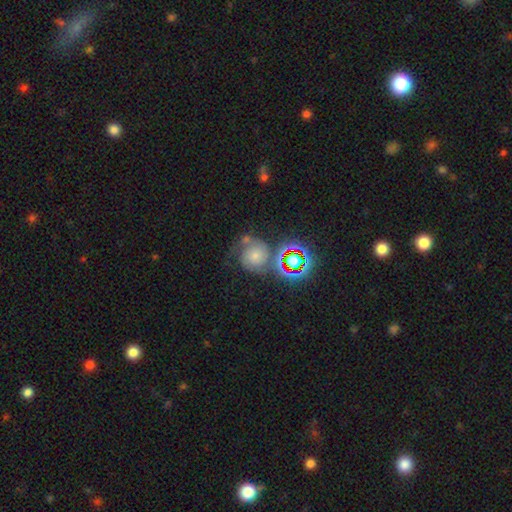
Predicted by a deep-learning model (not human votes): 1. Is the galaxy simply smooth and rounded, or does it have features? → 51% featured or disk, 26% star or artifact, 22% smooth.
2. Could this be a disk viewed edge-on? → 97% no, 3% yes.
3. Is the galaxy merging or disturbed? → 54% none, 18% minor disturbance, 15% merger, 13% major disturbance.